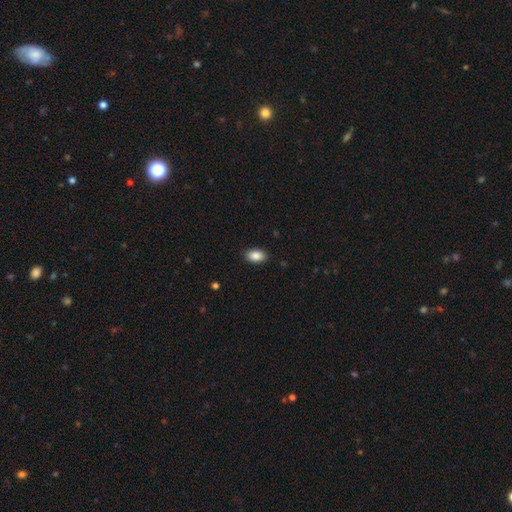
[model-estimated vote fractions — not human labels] This is clearly a smooth galaxy (88%). How rounded: clearly in between (91%). Merging: clearly none (89%).